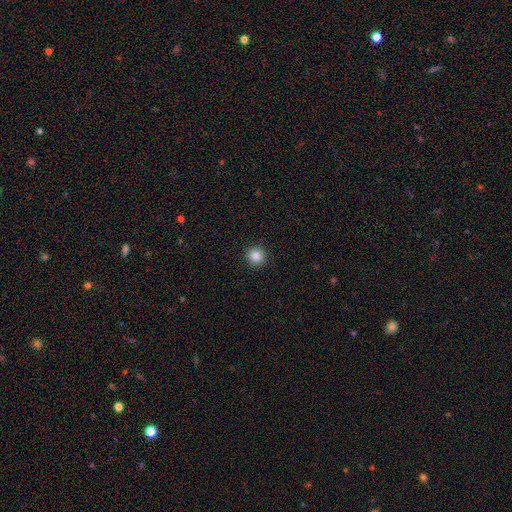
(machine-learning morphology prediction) smooth_or_featured: smooth (p=0.86) [alt: star or artifact p=0.10]
how_rounded: round (p=0.94) [alt: in between p=0.05]
merging: none (p=0.92) [alt: minor disturbance p=0.05]